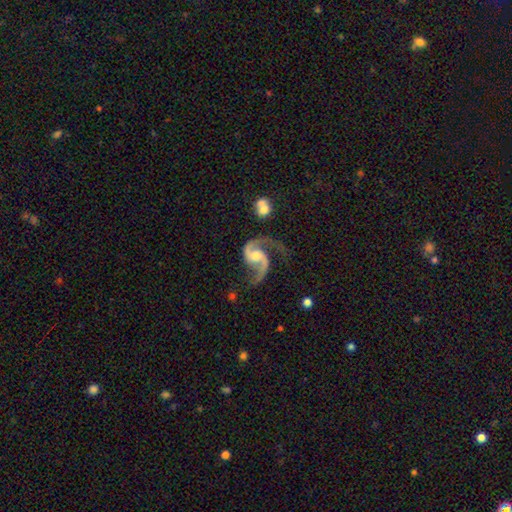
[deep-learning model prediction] A featured or disk galaxy (93%) with no bar (47%), 2 (93%) loose (47%) spiral arms (98%) and a moderate central bulge (58%).

Vote fractions:
- Smooth or featured? featured or disk: 93% / star or artifact: 4% / smooth: 3%
- Edge-on disk? no: 98% / yes: 2%
- Bar? no: 47% / weak: 42% / strong: 12%
- Spiral arms? yes: 98% / no: 2%
- Spiral winding? loose: 47% / medium: 46% / tight: 7%
- Spiral arm count? 2: 93% / 1: 2% / can't tell: 1% / 3: 1% / 4: 1% / more than 4: 1%
- Bulge size? moderate: 58% / small: 29% / large: 7% / none: 5% / dominant: 1%
- Merging? none: 62% / minor disturbance: 19% / major disturbance: 15% / merger: 5%